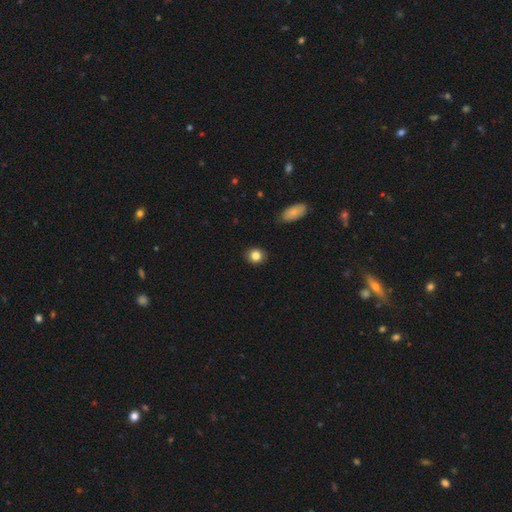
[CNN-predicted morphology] Overall: smooth (84%). How rounded: round (76%). Merging: none (88%).